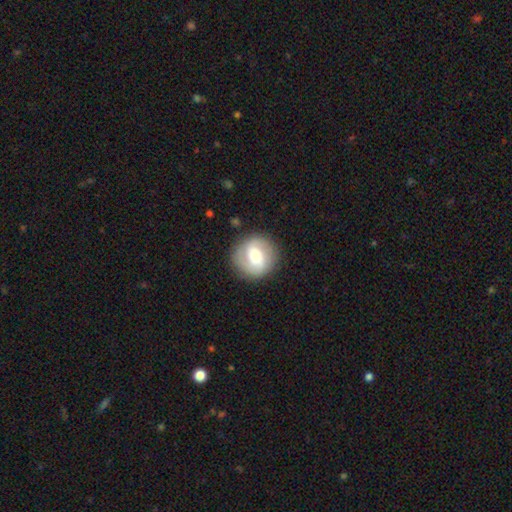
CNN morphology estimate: Smooth or featured?
  - featured or disk: 55% *
  - smooth: 38%
  - star or artifact: 7%
Edge-on disk?
  - no: 97% *
  - yes: 3%
Bar?
  - weak: 46% *
  - no: 29%
  - strong: 25%
Spiral arms?
  - yes: 80% *
  - no: 20%
Bulge size?
  - moderate: 54% *
  - small: 21%
  - large: 20%
  - dominant: 3%
  - none: 2%
Merging?
  - none: 84% *
  - minor disturbance: 10%
  - major disturbance: 4%
  - merger: 1%